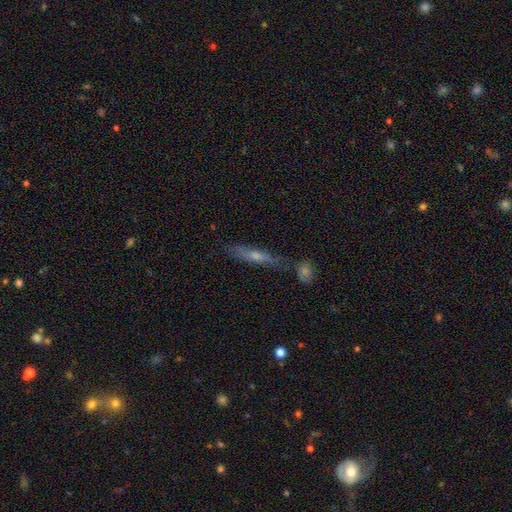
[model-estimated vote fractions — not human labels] The model was most divided on "smooth or featured": featured or disk: 52%, smooth: 38%, star or artifact: 10%. More confident: edge-on disk — yes (80%); merging — none (76%).